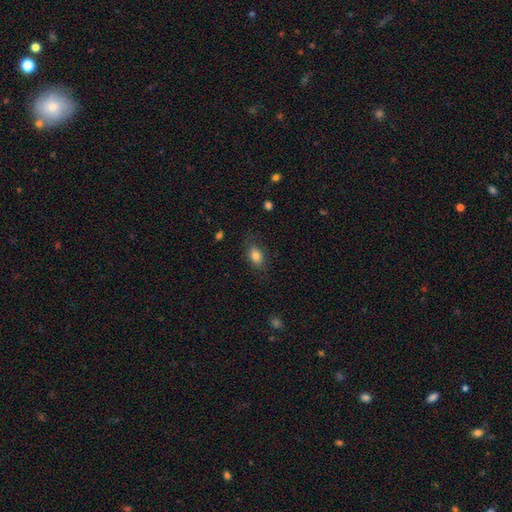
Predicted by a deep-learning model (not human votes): This is clearly a smooth galaxy (81%). How rounded: likely in between (80%). Merging: likely none (72%).